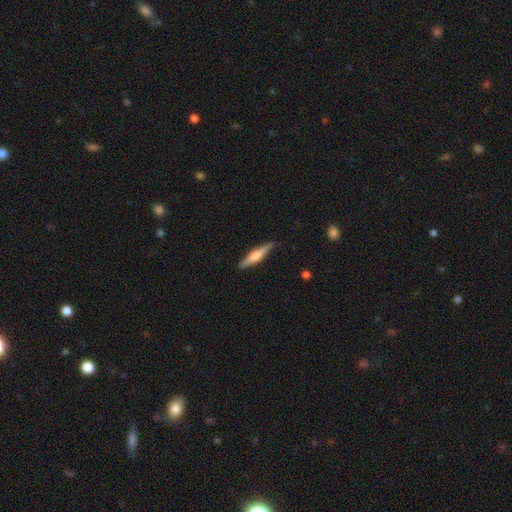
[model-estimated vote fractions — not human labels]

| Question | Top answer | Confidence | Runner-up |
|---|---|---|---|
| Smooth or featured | featured or disk | 56% | smooth (38%) |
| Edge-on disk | yes | 97% | no (3%) |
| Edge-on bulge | rounded | 82% | boxy (12%) |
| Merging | none | 90% | minor disturbance (8%) |